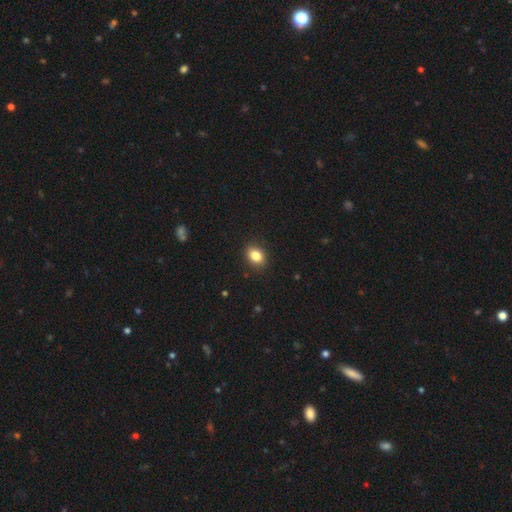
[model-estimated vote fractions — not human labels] smooth 85%, star or artifact 9%, featured or disk 6%. Down the decision tree: how rounded — in between (68%); merging — none (89%).